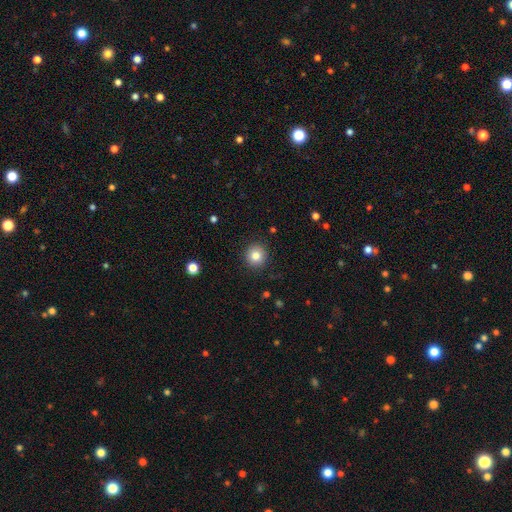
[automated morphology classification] Overall: smooth (83%). How rounded: round (92%). Merging: none (91%).